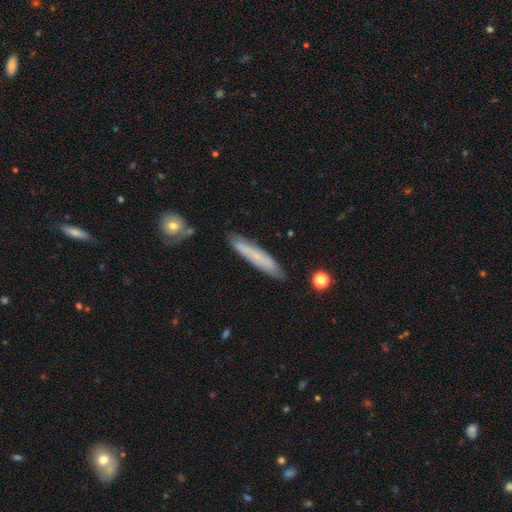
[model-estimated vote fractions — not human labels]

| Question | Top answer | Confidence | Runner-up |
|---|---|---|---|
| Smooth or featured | smooth | 63% | featured or disk (30%) |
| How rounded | cigar-shaped | 91% | in between (8%) |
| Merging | none | 82% | minor disturbance (13%) |